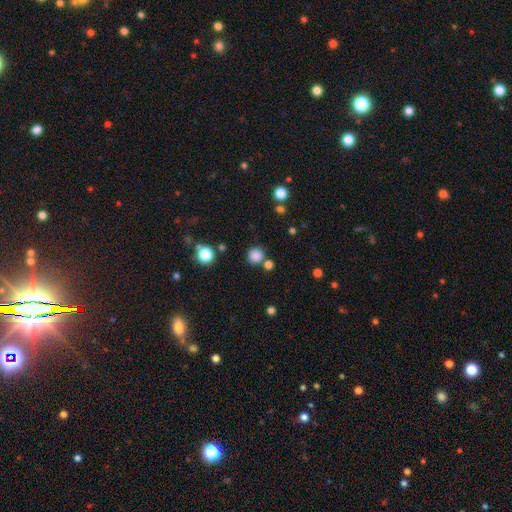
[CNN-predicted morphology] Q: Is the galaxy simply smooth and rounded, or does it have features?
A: smooth — 83%.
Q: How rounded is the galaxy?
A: round — 93%.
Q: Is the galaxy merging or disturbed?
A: none — 79%.